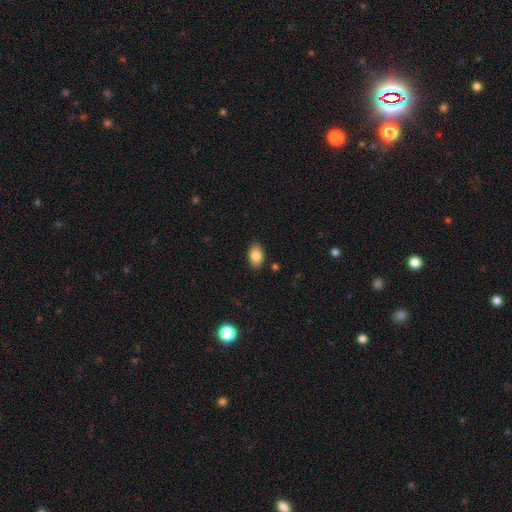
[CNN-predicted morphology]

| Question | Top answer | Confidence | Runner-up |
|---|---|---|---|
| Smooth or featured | smooth | 83% | featured or disk (9%) |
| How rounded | in between | 89% | round (10%) |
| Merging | none | 87% | minor disturbance (9%) |